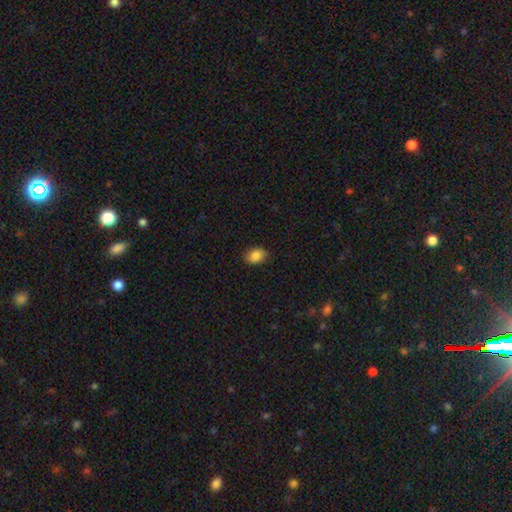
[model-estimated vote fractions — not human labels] Morphology: type=smooth (88%); roundness=in between (75%); merging=none (87%).